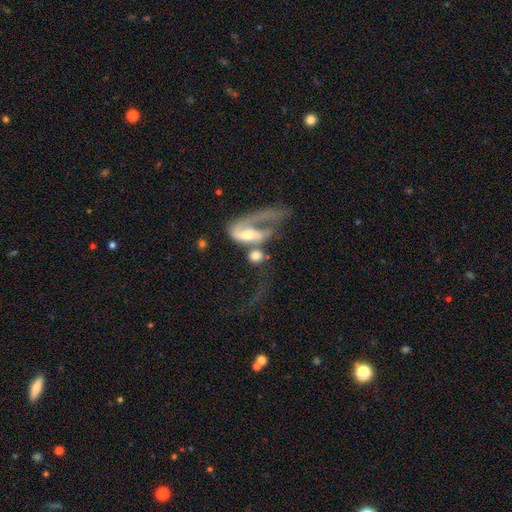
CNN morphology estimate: Smooth or featured? featured or disk (55%)
Edge-on disk? no (94%)
Bar? no (51%)
Spiral arms? yes (71%)
Bulge size? moderate (51%)
Merging? merger (50%)